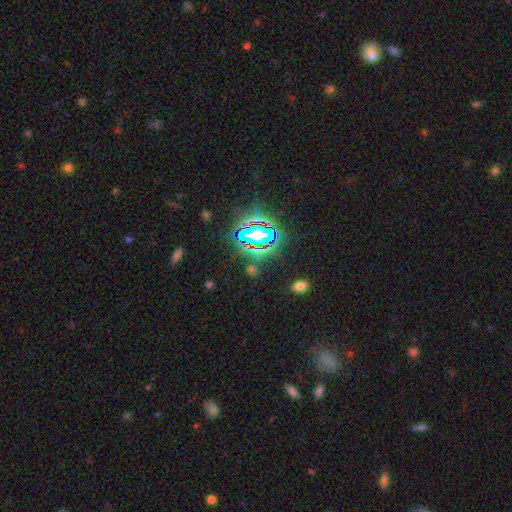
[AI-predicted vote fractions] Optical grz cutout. It shows a star or artifact, not a galaxy (78%).